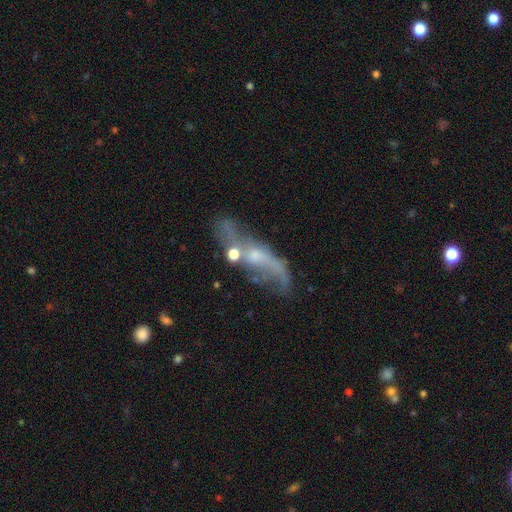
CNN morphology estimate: featured or disk 70%, smooth 20%, star or artifact 10%. Down the decision tree: edge-on disk — no (82%); bar — no (64%); spiral arms — yes (70%); bulge size — small (49%); merging — none (39%).